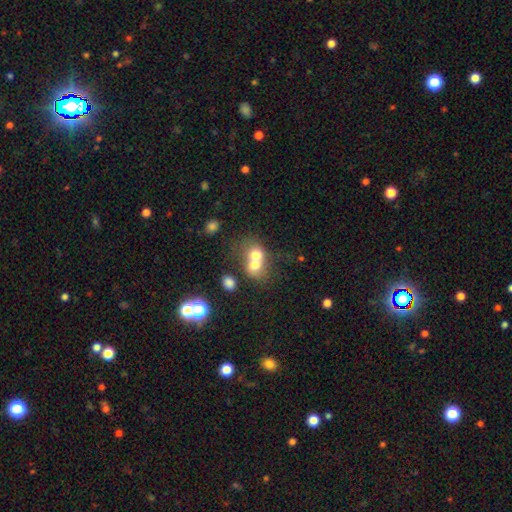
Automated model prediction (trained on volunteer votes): Smooth or featured: smooth — 66% (featured or disk — 22%)
How rounded: round — 62% (in between — 37%)
Merging: merger — 71% (none — 19%)